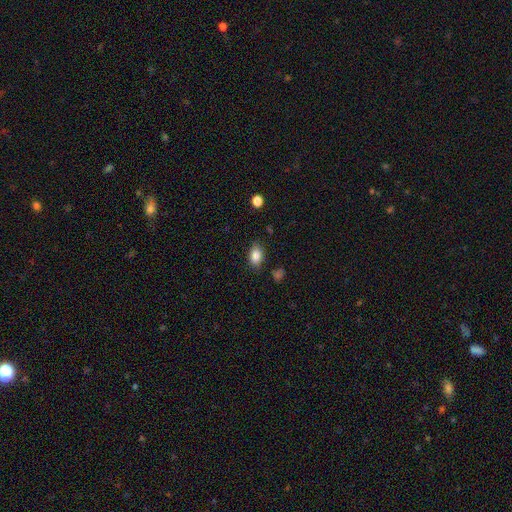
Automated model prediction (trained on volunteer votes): smooth 85%, star or artifact 9%, featured or disk 7%. Down the decision tree: how rounded — in between (85%); merging — none (82%).